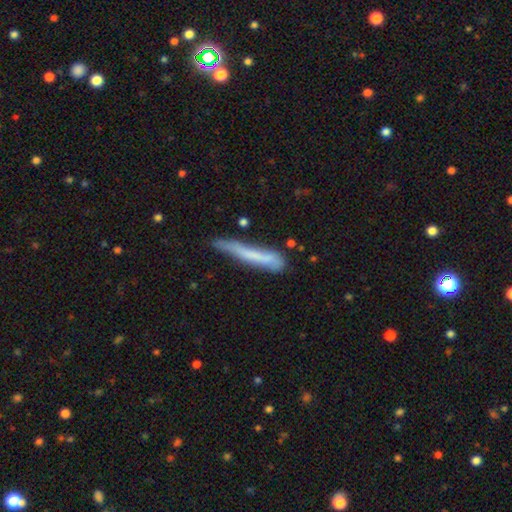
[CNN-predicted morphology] Smooth or featured? Predicted: smooth (p=0.60). How rounded? Predicted: cigar-shaped (p=0.94). Merging? Predicted: none (p=0.57).